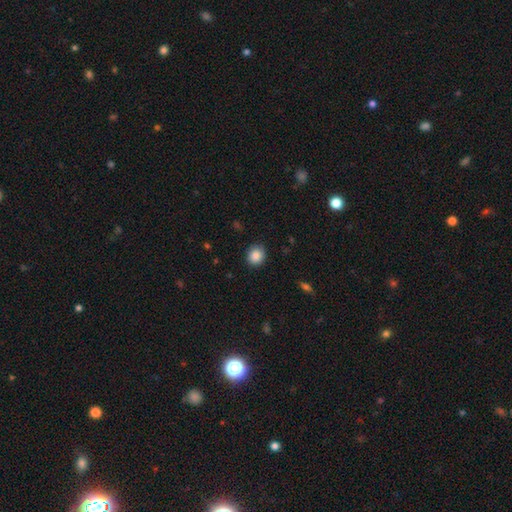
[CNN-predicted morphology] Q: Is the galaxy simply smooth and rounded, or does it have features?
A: smooth — 87%.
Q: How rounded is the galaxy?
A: round — 77%.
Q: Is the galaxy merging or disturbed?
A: none — 88%.